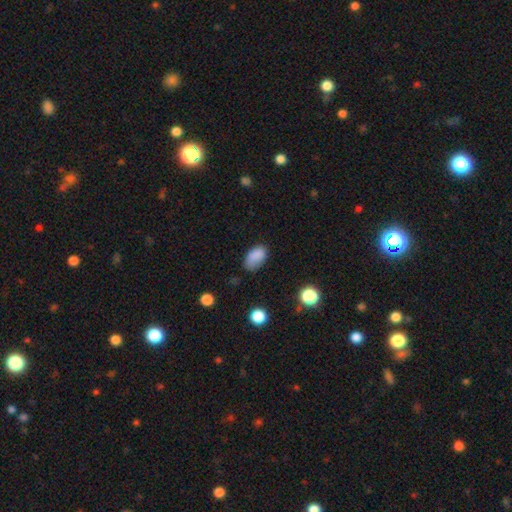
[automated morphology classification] The model was most divided on "merging": none: 61%, minor disturbance: 28%, major disturbance: 8%, merger: 2%. More confident: how rounded — in between (91%); smooth or featured — smooth (84%).